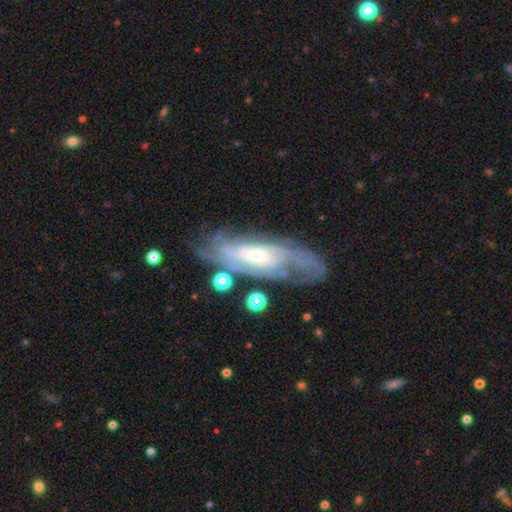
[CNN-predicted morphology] smooth_or_featured: featured or disk (p=0.80) [alt: smooth p=0.14]
disk_edge_on: no (p=0.84) [alt: yes p=0.16]
bar: no (p=0.50) [alt: weak p=0.34]
has_spiral_arms: yes (p=0.88) [alt: no p=0.12]
spiral_winding: tight (p=0.51) [alt: medium p=0.35]
spiral_arm_count: can't tell (p=0.51) [alt: 2 p=0.22]
bulge_size: small (p=0.58) [alt: moderate p=0.33]
merging: none (p=0.59) [alt: minor disturbance p=0.21]